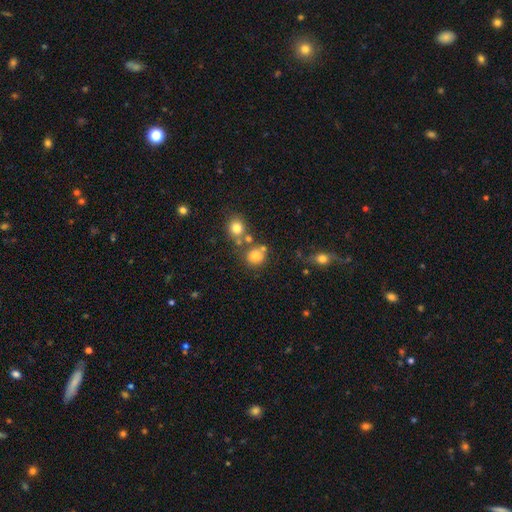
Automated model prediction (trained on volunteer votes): smooth-or-featured: smooth: 77% | star or artifact: 14% | featured or disk: 9%
  how-rounded: round: 83% | in between: 16% | cigar-shaped: 1%
  merging: none: 66% | merger: 17% | minor disturbance: 12% | major disturbance: 5%